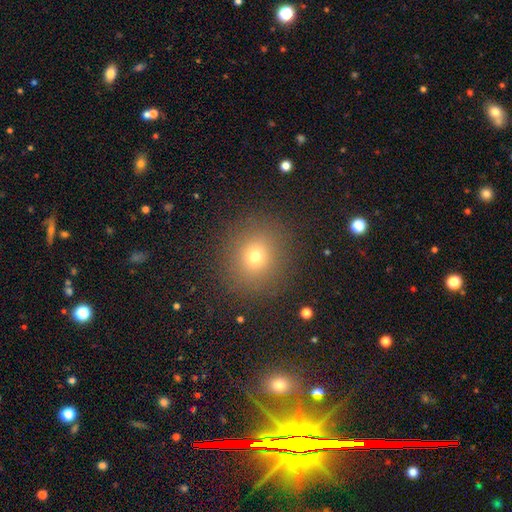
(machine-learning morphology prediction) Smooth or featured? Predicted: smooth (p=0.71). How rounded? Predicted: round (p=0.85). Merging? Predicted: none (p=0.89).